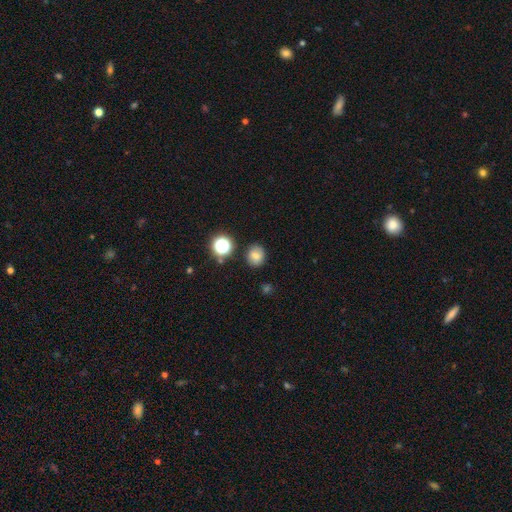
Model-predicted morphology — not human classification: Overall: smooth (74%). How rounded: round (73%). Merging: none (85%).